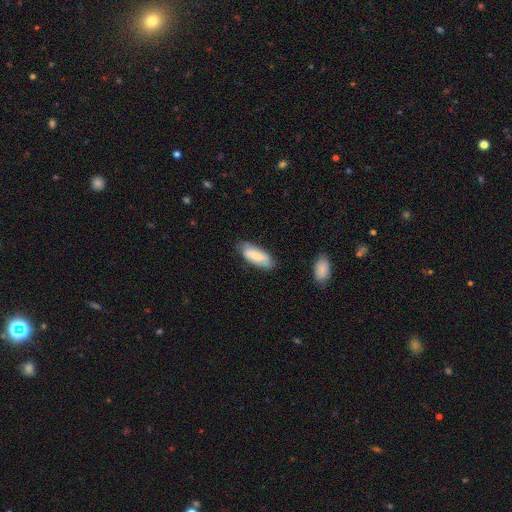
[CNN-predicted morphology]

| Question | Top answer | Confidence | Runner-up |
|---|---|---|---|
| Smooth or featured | smooth | 65% | featured or disk (29%) |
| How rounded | in between | 75% | cigar-shaped (23%) |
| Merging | none | 73% | minor disturbance (20%) |